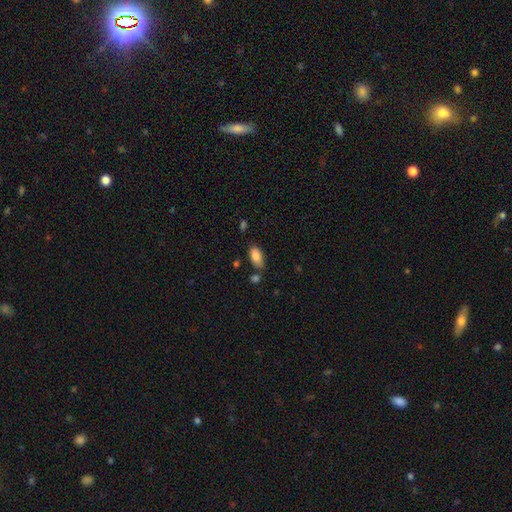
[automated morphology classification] This appears to be a smooth galaxy with no disk features (87%) that is in between round and cigar-shaped (91%). Merging: none (74%).